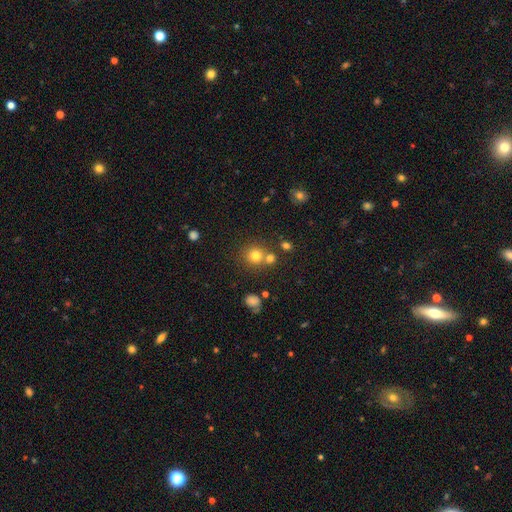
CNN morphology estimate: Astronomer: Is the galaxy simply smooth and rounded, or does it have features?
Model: smooth — 76%.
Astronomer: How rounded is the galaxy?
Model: round — 89%.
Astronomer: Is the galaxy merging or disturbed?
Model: none — 64%.